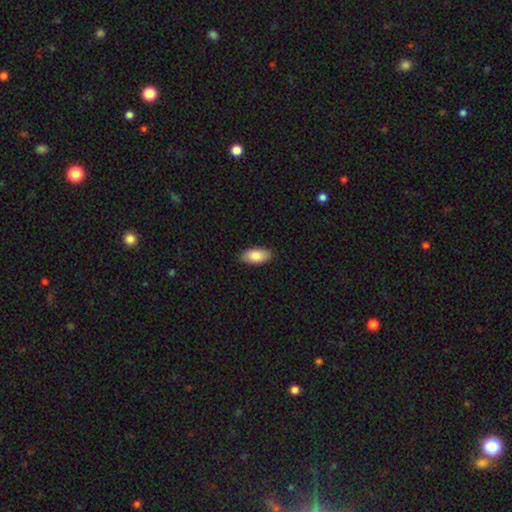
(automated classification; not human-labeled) smooth 85%, featured or disk 8%, star or artifact 6%. Down the decision tree: how rounded — in between (93%); merging — none (86%).